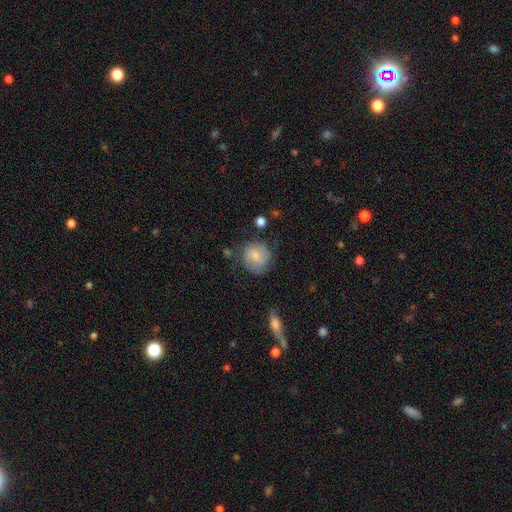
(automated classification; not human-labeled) smooth-or-featured: smooth: 73% | featured or disk: 20% | star or artifact: 8%
  how-rounded: round: 85% | in between: 14% | cigar-shaped: 1%
  merging: none: 68% | minor disturbance: 21% | major disturbance: 8% | merger: 3%